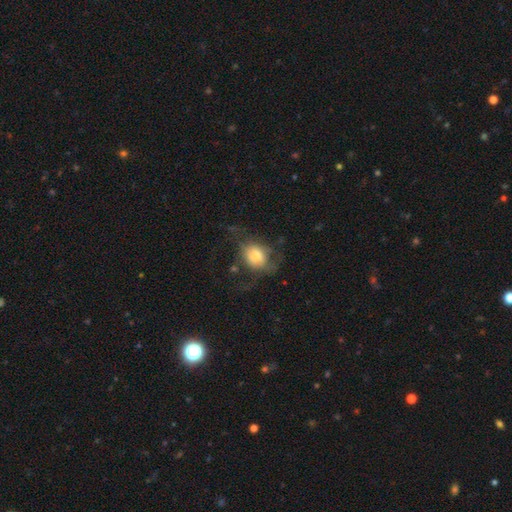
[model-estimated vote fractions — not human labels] Smooth or featured? smooth (61%)
How rounded? round (53%)
Merging? none (37%, tied with major disturbance)